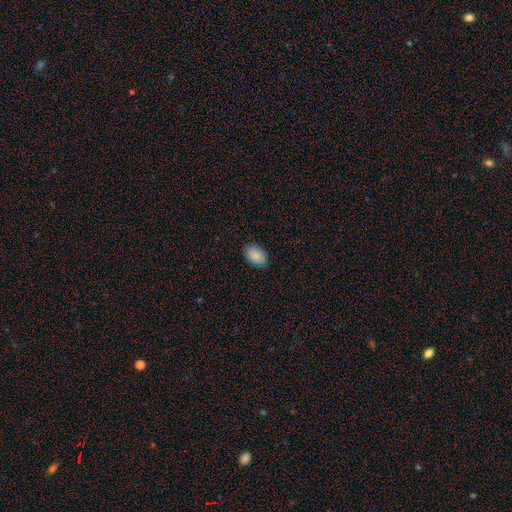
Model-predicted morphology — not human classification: A smooth galaxy with no disk features (87%) that is in between round and cigar-shaped (89%).

Vote fractions:
- Smooth or featured? smooth: 87% / star or artifact: 7% / featured or disk: 6%
- How rounded? in between: 89% / round: 9% / cigar-shaped: 1%
- Merging? none: 86% / minor disturbance: 11% / major disturbance: 2% / merger: 1%